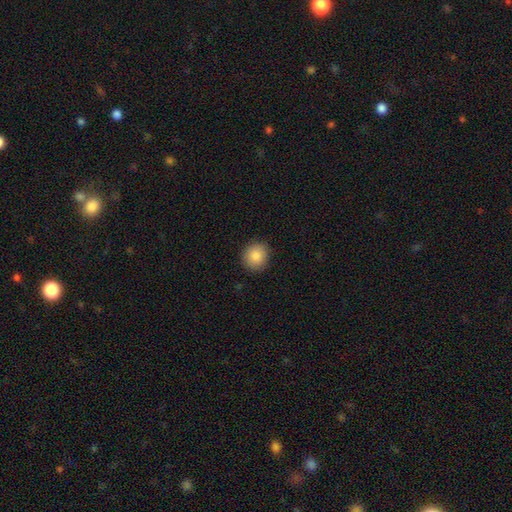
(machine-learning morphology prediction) smooth-or-featured: smooth: 86% | star or artifact: 9% | featured or disk: 5%
  how-rounded: round: 87% | in between: 12% | cigar-shaped: 1%
  merging: none: 90% | minor disturbance: 7% | major disturbance: 2% | merger: 1%